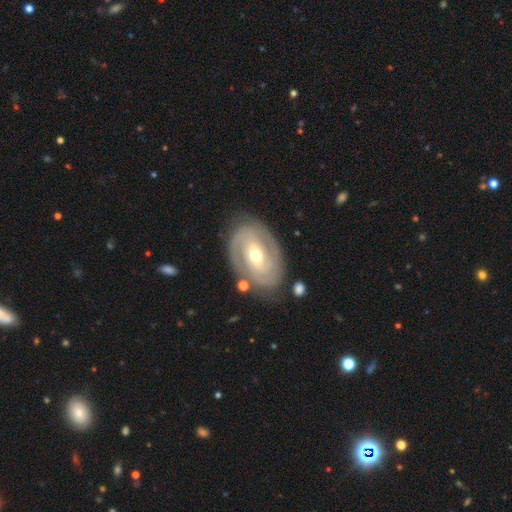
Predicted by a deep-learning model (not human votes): A featured or disk galaxy (87%) with a weak bar (41%), 2 (72%) tight (71%) spiral arms (94%) and a moderate central bulge (66%).

Vote fractions:
- Smooth or featured? featured or disk: 87% / smooth: 9% / star or artifact: 4%
- Edge-on disk? no: 96% / yes: 4%
- Bar? weak: 41% / no: 32% / strong: 27%
- Spiral arms? yes: 94% / no: 6%
- Spiral winding? tight: 71% / medium: 24% / loose: 5%
- Spiral arm count? 2: 72% / can't tell: 12% / 3: 9% / 4: 2% / 1: 2% / more than 4: 2%
- Bulge size? moderate: 66% / small: 29% / large: 3% / dominant: 1% / none: 1%
- Merging? none: 80% / minor disturbance: 14% / major disturbance: 4% / merger: 2%